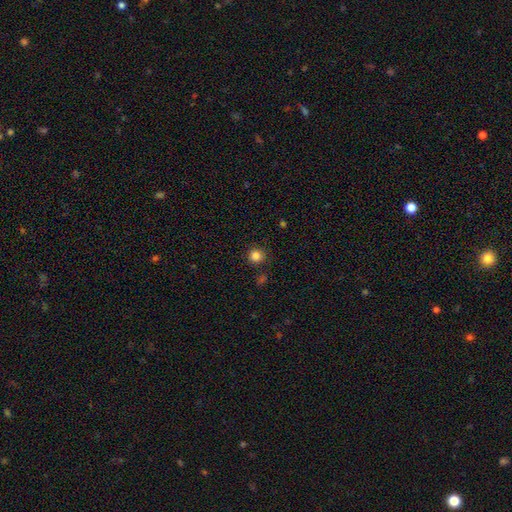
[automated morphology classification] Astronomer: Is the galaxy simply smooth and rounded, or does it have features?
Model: smooth — 84%.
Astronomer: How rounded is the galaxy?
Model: round — 93%.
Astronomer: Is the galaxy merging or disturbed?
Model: none — 86%.